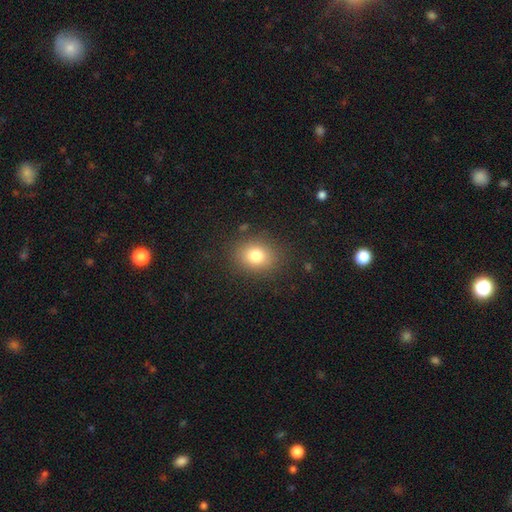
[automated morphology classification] This is likely a smooth galaxy (79%). How rounded: possibly round (57%). Merging: clearly none (85%).